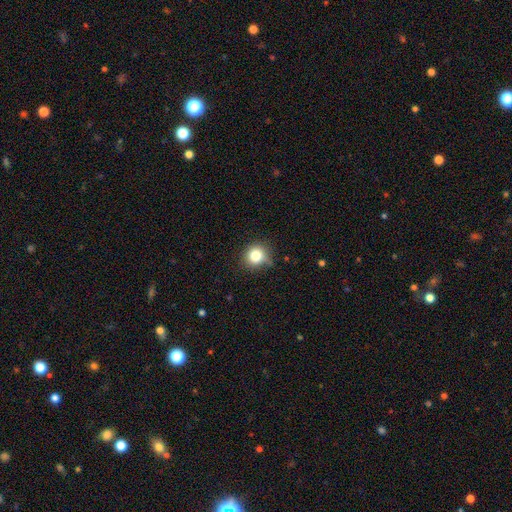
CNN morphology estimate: This appears to be a smooth galaxy with no disk features (82%) that is round (89%). Merging: none (76%).